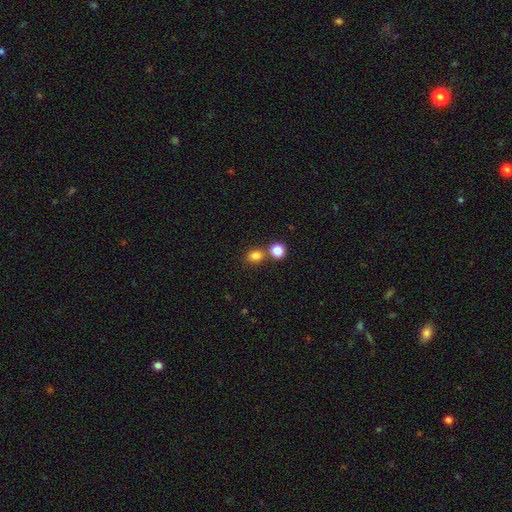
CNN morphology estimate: Smooth or featured? smooth (81%)
How rounded? round (59%)
Merging? none (61%)